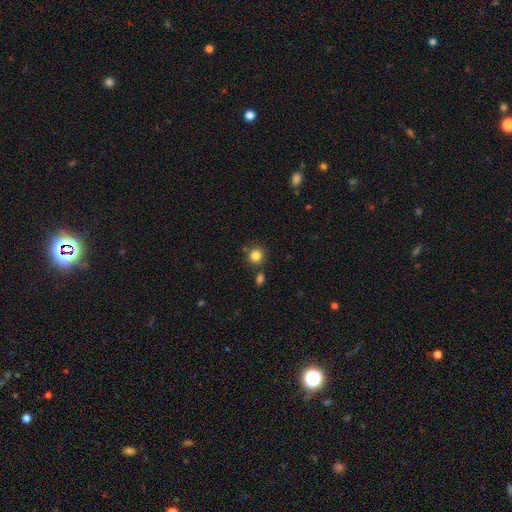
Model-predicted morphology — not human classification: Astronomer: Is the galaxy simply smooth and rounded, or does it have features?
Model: smooth — 84%.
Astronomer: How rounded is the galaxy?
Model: round — 91%.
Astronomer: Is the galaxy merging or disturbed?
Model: none — 79%.